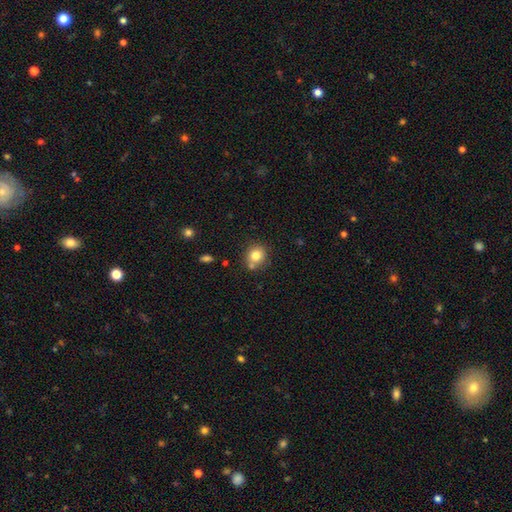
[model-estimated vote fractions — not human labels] Q: Smooth or featured?
A: smooth (79%); runner-up: star or artifact (11%)
Q: How rounded?
A: round (83%); runner-up: in between (16%)
Q: Merging?
A: none (69%); runner-up: merger (15%)